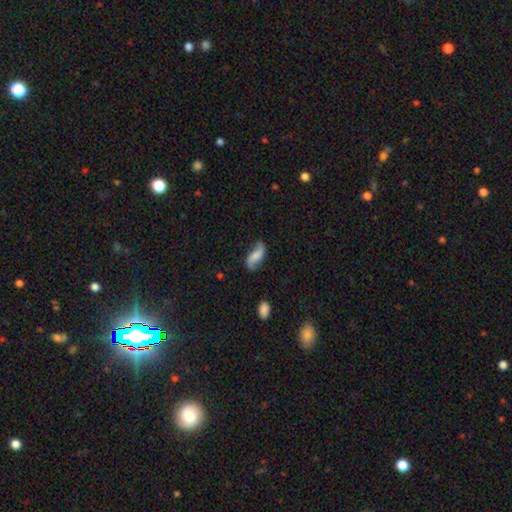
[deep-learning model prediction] A featured or disk galaxy (51%). Merging: none (70%).